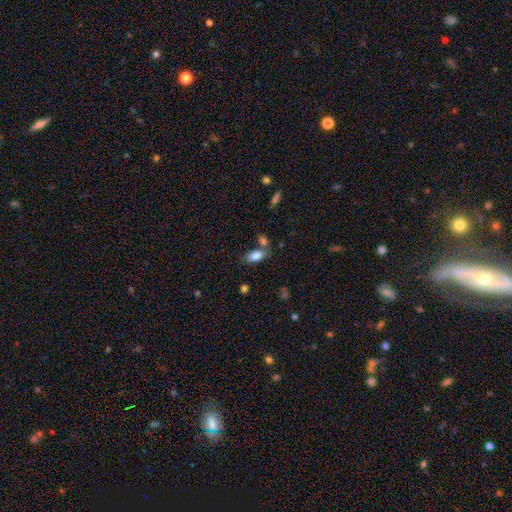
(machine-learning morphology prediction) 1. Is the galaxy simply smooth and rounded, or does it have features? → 84% smooth, 8% featured or disk, 8% star or artifact.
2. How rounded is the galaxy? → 89% in between, 7% cigar-shaped, 4% round.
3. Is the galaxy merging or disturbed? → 60% none, 22% merger, 14% minor disturbance, 4% major disturbance.